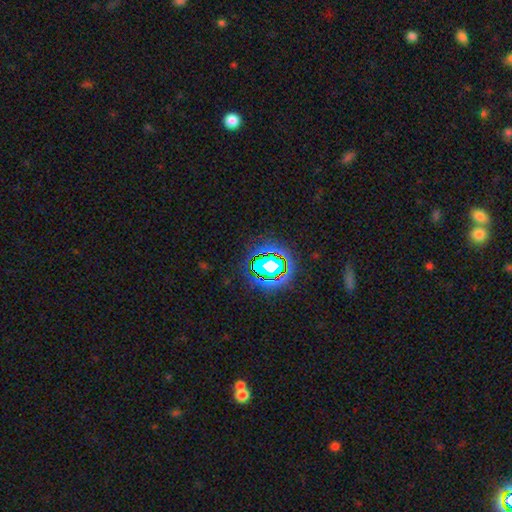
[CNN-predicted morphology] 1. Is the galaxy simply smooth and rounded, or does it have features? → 77% star or artifact, 15% smooth, 9% featured or disk.